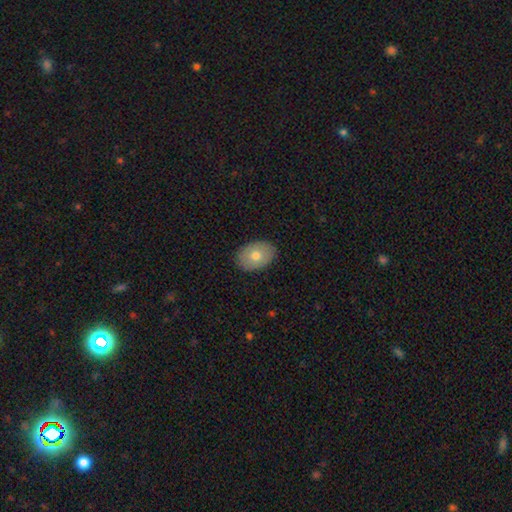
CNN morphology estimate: type=smooth (72%); roundness=in between (80%); merging=none (89%).